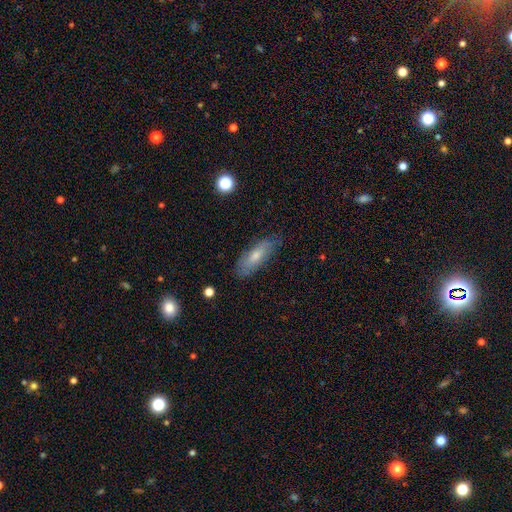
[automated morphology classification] The model was most divided on "smooth or featured": smooth: 54%, featured or disk: 38%, star or artifact: 8%. More confident: merging — none (81%); how rounded — in between (59%).